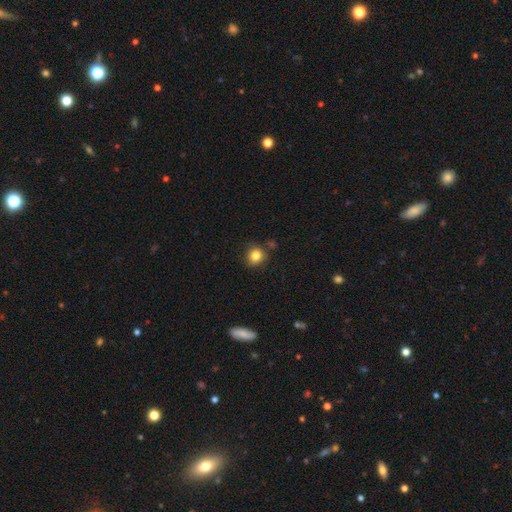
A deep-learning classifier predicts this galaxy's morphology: A smooth galaxy with no disk features (84%) that is round (85%). Merging: none (78%).